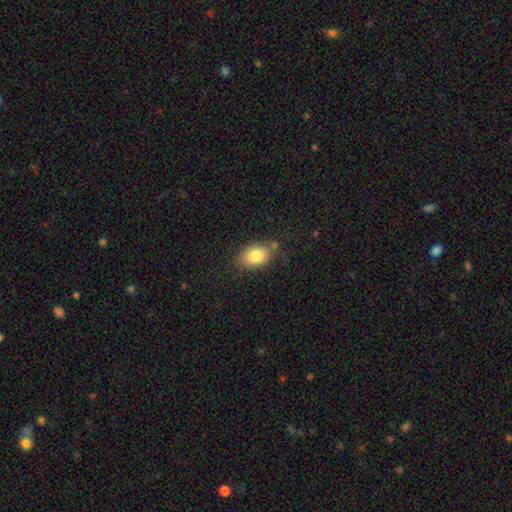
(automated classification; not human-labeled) The model was most divided on "merging": none: 73%, minor disturbance: 17%, major disturbance: 5%, merger: 5%. More confident: smooth or featured — smooth (83%); how rounded — in between (83%).